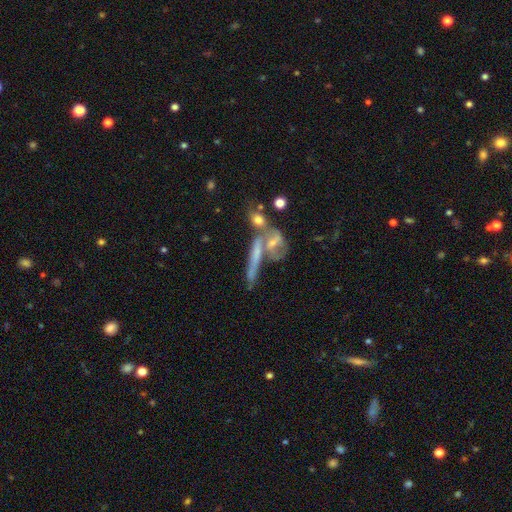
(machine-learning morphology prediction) Smooth or featured: featured or disk — 51% (smooth — 38%)
Edge-on disk: yes — 58% (no — 42%)
Merging: merger — 42% (none — 36%)